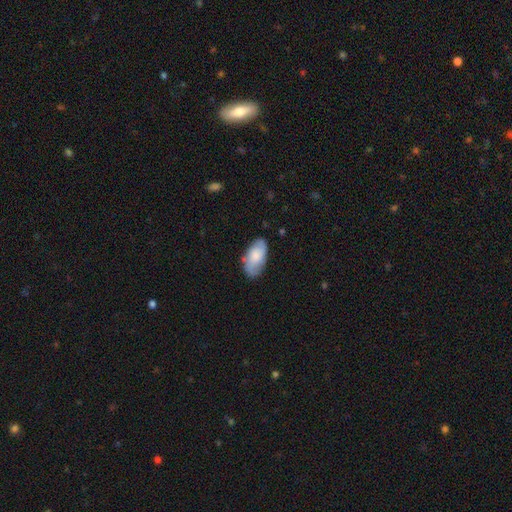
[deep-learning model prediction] Smooth or featured?
  - smooth: 69% *
  - featured or disk: 24%
  - star or artifact: 6%
How rounded?
  - in between: 95% *
  - cigar-shaped: 3%
  - round: 3%
Merging?
  - none: 74% *
  - minor disturbance: 20%
  - major disturbance: 4%
  - merger: 2%